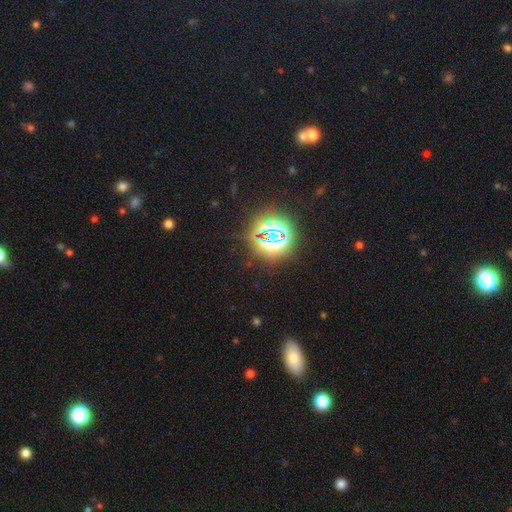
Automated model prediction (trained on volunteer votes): Overall: star or artifact (78%).